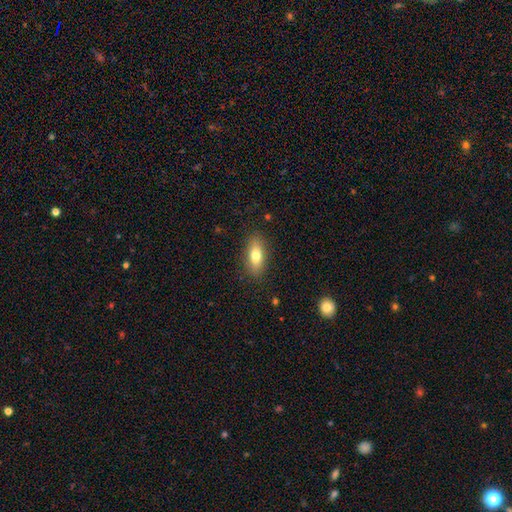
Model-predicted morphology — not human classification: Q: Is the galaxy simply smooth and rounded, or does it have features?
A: smooth — 75%.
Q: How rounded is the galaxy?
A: in between — 77%.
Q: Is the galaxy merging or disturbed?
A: none — 87%.